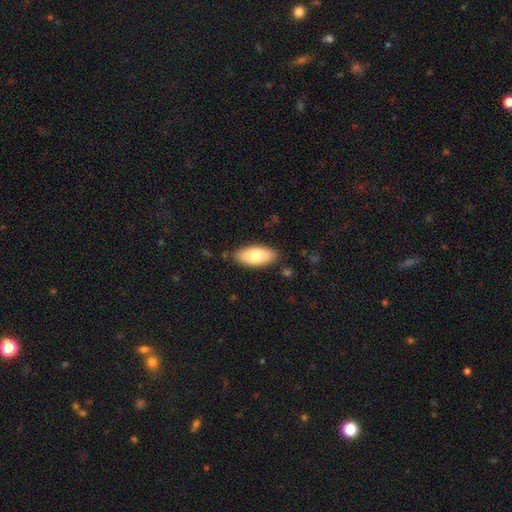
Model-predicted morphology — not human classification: Smooth or featured? smooth (78%)
How rounded? in between (87%)
Merging? none (84%)